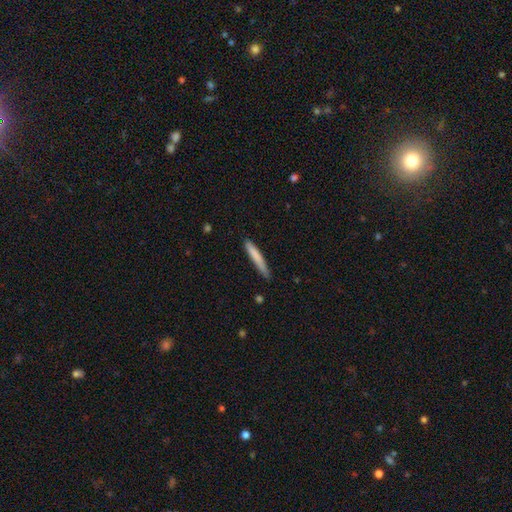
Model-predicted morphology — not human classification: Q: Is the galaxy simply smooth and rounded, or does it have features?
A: smooth — 79%.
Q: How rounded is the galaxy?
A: cigar-shaped — 95%.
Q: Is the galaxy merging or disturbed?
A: none — 81%.